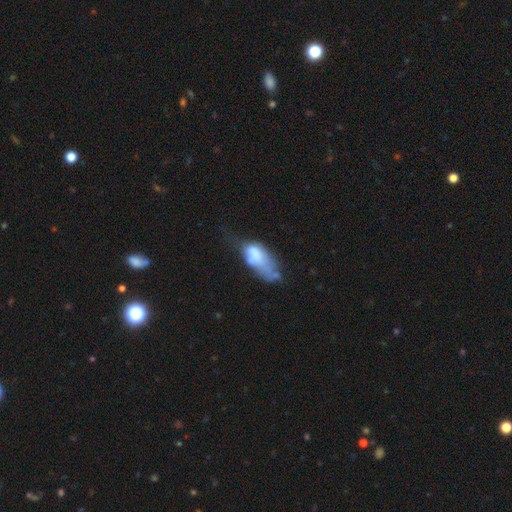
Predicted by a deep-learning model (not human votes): This appears to be a smooth galaxy with no disk features (59%) that is in between round and cigar-shaped (87%). Merging: major disturbance (41%).